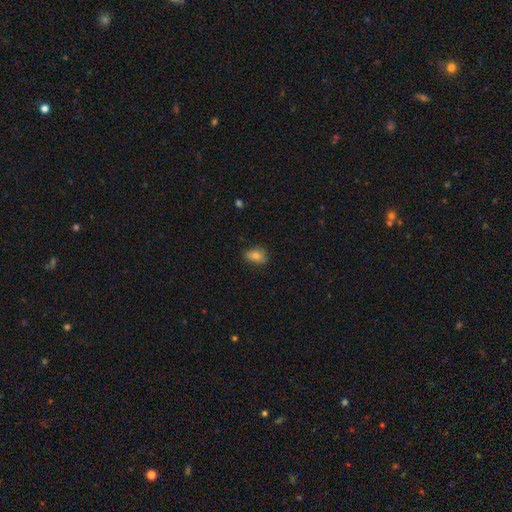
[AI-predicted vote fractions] Overall: smooth (76%). How rounded: in between (80%). Merging: none (76%).